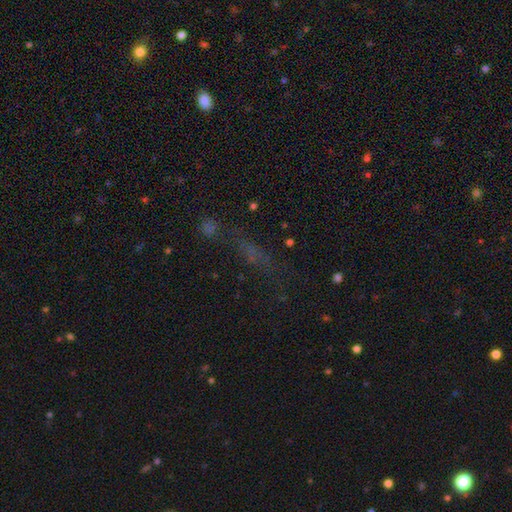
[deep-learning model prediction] Smooth or featured? Predicted: star or artifact (p=0.48).